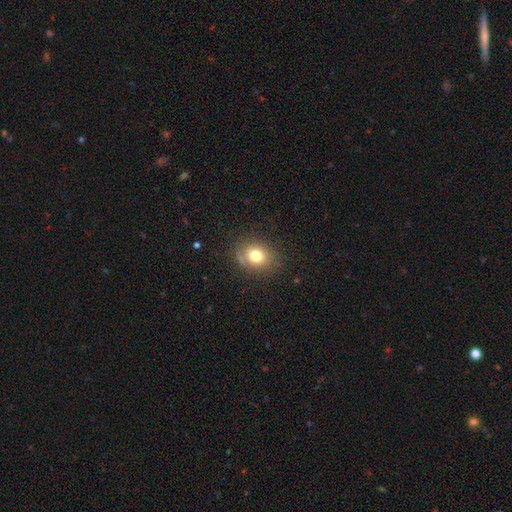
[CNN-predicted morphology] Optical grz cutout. It shows a smooth galaxy with no disk features (75%) that is round (57%). Merging: none (79%).